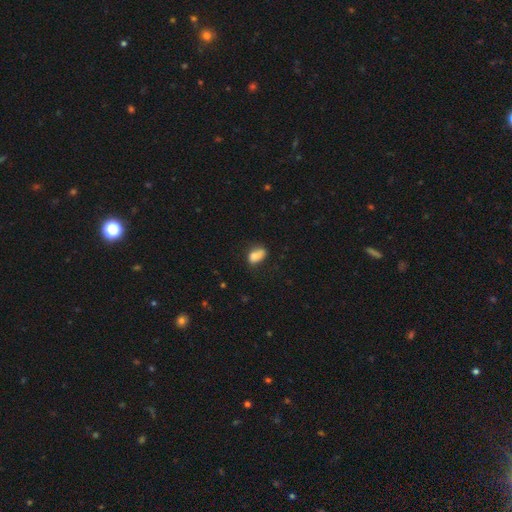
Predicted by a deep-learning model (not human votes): The model was most divided on "merging": none: 45%, minor disturbance: 30%, major disturbance: 13%, merger: 12%. More confident: how rounded — in between (86%); smooth or featured — smooth (77%).